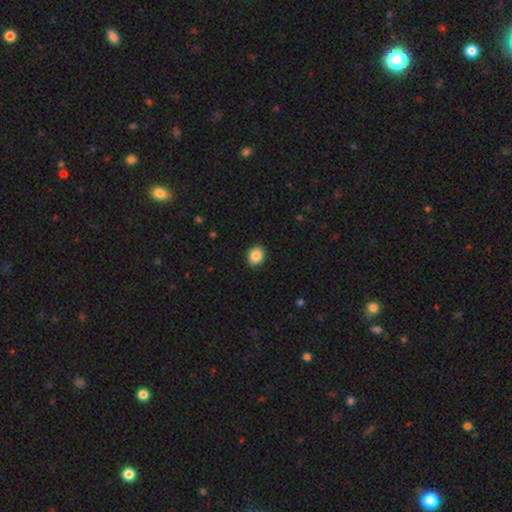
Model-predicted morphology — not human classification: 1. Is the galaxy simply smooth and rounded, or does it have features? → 87% smooth, 9% star or artifact, 5% featured or disk.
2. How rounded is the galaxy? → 56% round, 43% in between, 1% cigar-shaped.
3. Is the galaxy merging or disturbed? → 91% none, 6% minor disturbance, 2% major disturbance, 1% merger.